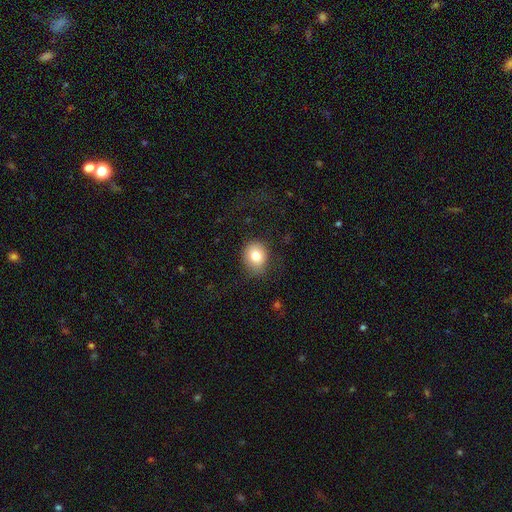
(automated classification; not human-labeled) Q: Smooth or featured?
A: smooth (79%); runner-up: featured or disk (11%)
Q: How rounded?
A: round (62%); runner-up: in between (37%)
Q: Merging?
A: none (77%); runner-up: minor disturbance (16%)